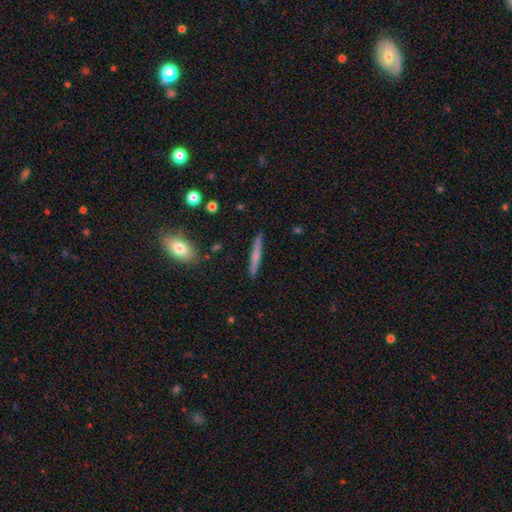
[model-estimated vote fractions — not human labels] The model was most divided on "smooth or featured": smooth: 50%, featured or disk: 44%, star or artifact: 7%. More confident: merging — none (90%).